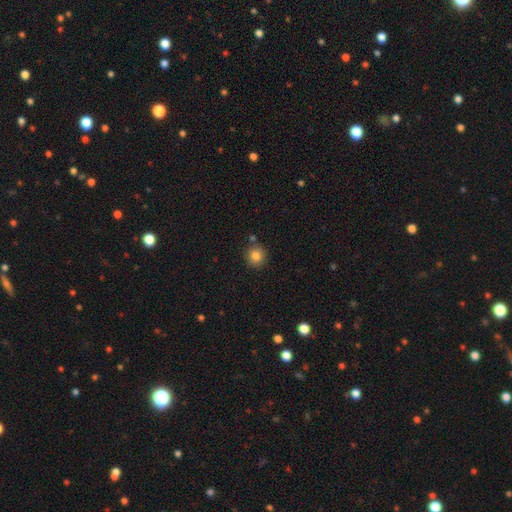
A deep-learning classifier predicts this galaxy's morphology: This appears to be a smooth galaxy with no disk features (84%) that is round (90%). Merging: none (82%).